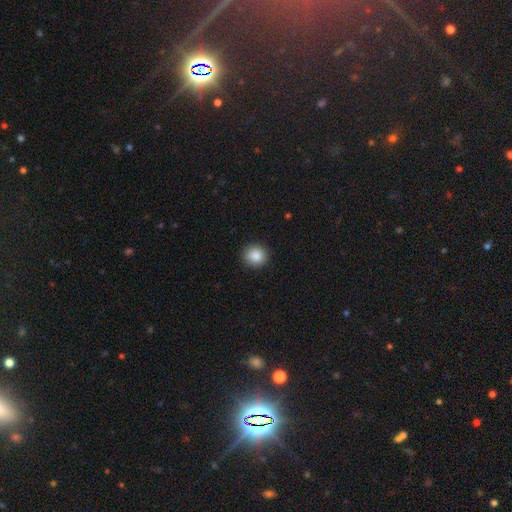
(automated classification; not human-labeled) smooth_or_featured: smooth (p=0.87) [alt: star or artifact p=0.09]
how_rounded: round (p=0.86) [alt: in between p=0.13]
merging: none (p=0.91) [alt: minor disturbance p=0.06]